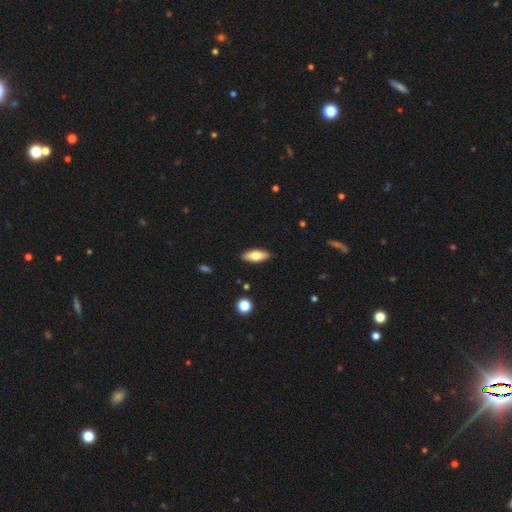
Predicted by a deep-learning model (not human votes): A smooth galaxy with no disk features (69%) that is in between round and cigar-shaped (74%).

Vote fractions:
- Smooth or featured? smooth: 69% / featured or disk: 25% / star or artifact: 6%
- How rounded? in between: 74% / cigar-shaped: 24% / round: 3%
- Merging? none: 89% / minor disturbance: 8% / major disturbance: 2% / merger: 1%